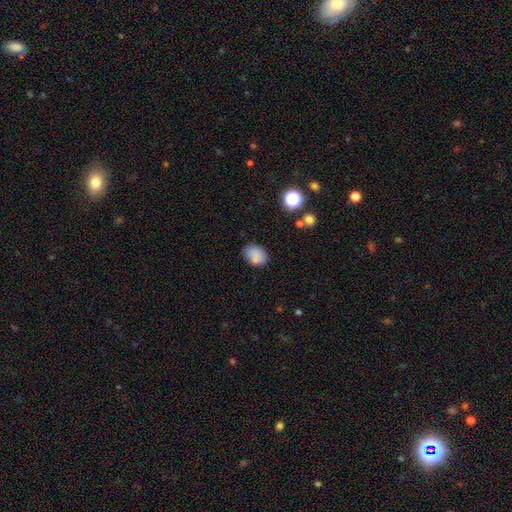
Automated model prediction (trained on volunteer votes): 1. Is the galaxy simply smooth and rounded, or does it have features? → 79% smooth, 11% star or artifact, 10% featured or disk.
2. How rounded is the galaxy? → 69% in between, 30% round, 1% cigar-shaped.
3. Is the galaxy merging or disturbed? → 69% none, 17% minor disturbance, 10% merger, 5% major disturbance.